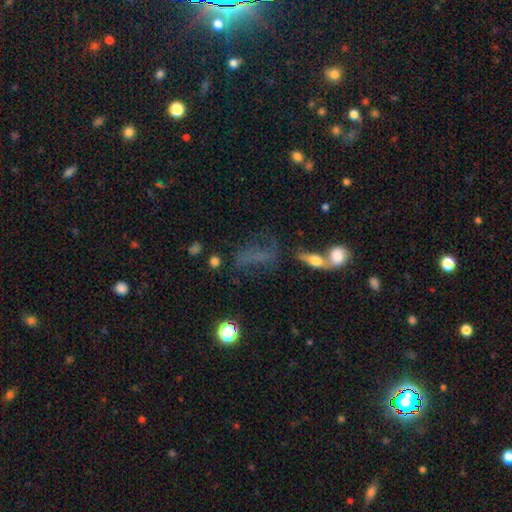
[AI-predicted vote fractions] smooth_or_featured: smooth (p=0.39) [alt: featured or disk p=0.31]
merging: none (p=0.40) [alt: major disturbance p=0.25]